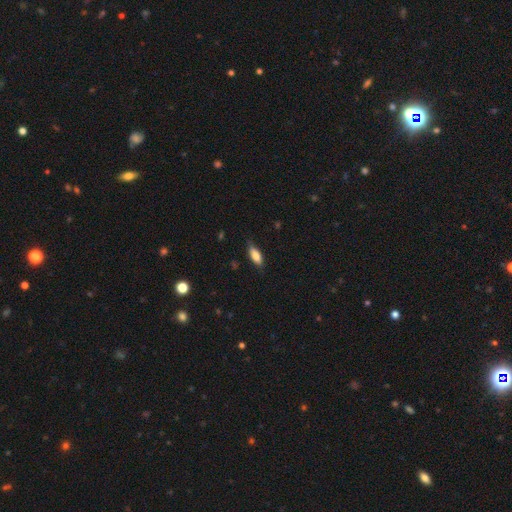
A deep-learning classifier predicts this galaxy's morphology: Smooth or featured?
  - smooth: 79% *
  - featured or disk: 14%
  - star or artifact: 7%
How rounded?
  - in between: 76% *
  - cigar-shaped: 22%
  - round: 2%
Merging?
  - none: 78% *
  - minor disturbance: 18%
  - major disturbance: 3%
  - merger: 1%